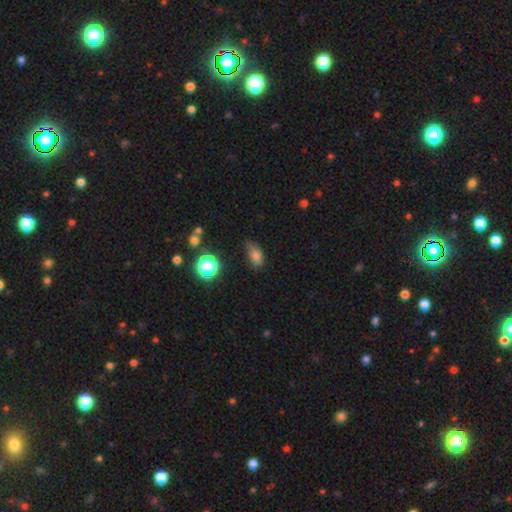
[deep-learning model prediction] Morphology: type=smooth (77%); roundness=in between (80%); merging=none (50%).